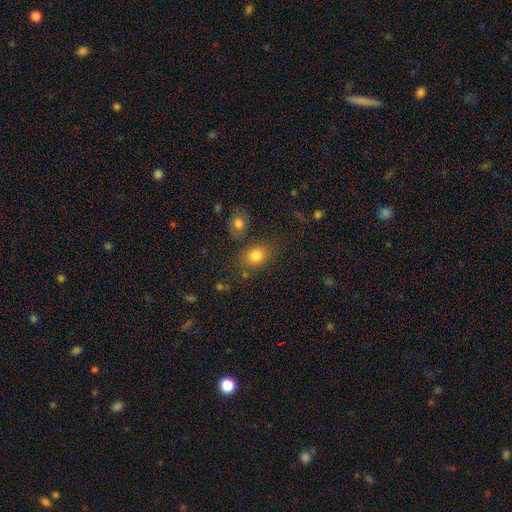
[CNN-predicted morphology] Smooth or featured? smooth (81%)
How rounded? in between (56%)
Merging? none (70%)